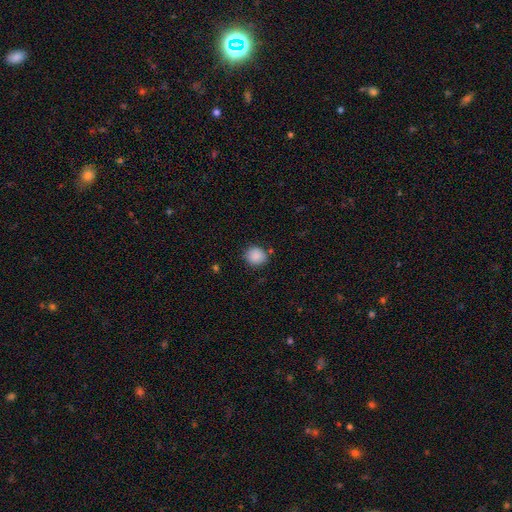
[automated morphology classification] The model was most divided on "how rounded": round: 83%, in between: 16%, cigar-shaped: 1%. More confident: smooth or featured — smooth (88%); merging — none (83%).